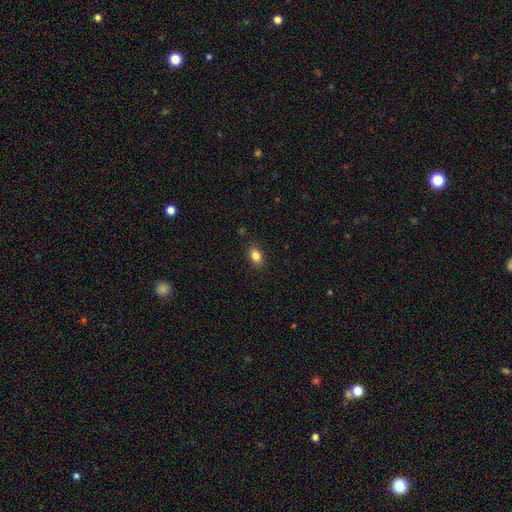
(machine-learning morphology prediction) smooth-or-featured: smooth: 85% | star or artifact: 9% | featured or disk: 6%
  how-rounded: in between: 79% | round: 20% | cigar-shaped: 1%
  merging: none: 87% | minor disturbance: 9% | major disturbance: 2% | merger: 1%